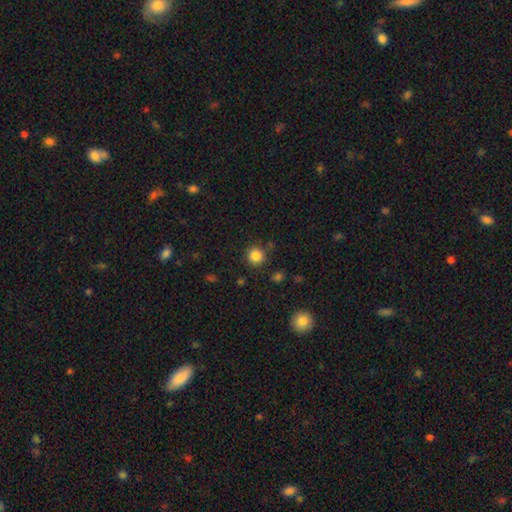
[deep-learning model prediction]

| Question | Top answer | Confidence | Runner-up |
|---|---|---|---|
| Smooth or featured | smooth | 85% | star or artifact (11%) |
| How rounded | round | 93% | in between (6%) |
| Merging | none | 86% | minor disturbance (8%) |